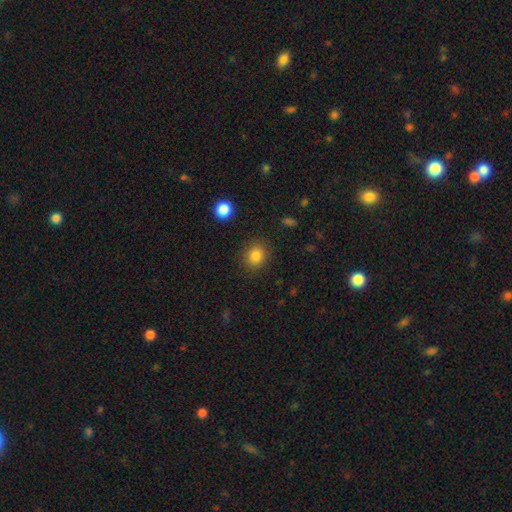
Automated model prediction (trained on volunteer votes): smooth 84%, star or artifact 11%, featured or disk 5%. Down the decision tree: how rounded — round (75%); merging — none (87%).